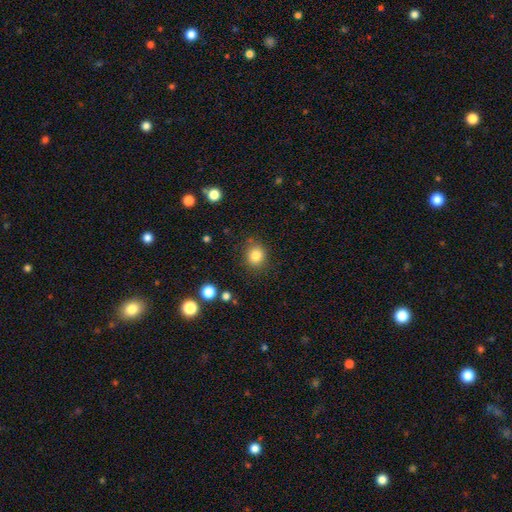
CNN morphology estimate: smooth_or_featured: smooth (p=0.83) [alt: star or artifact p=0.11]
how_rounded: round (p=0.78) [alt: in between p=0.21]
merging: none (p=0.83) [alt: minor disturbance p=0.11]